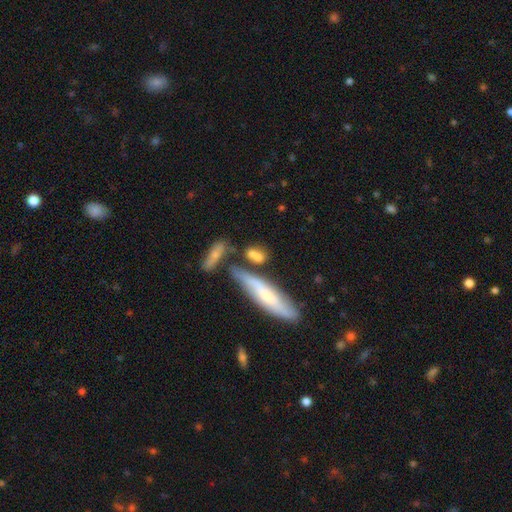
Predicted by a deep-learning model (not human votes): smooth 68%, featured or disk 24%, star or artifact 8%. Down the decision tree: how rounded — in between (48%); merging — none (51%).